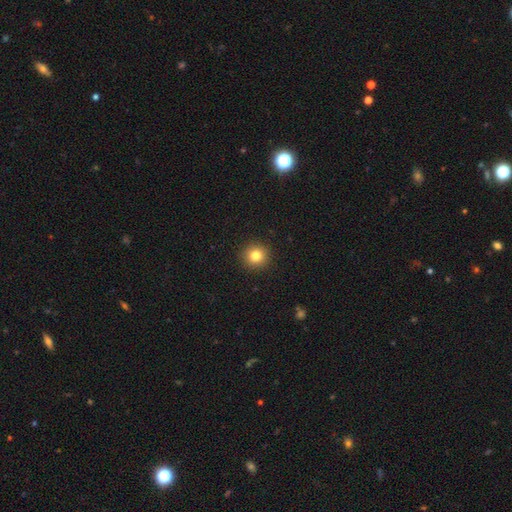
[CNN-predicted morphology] Smooth or featured?
  - smooth: 82% *
  - star or artifact: 11%
  - featured or disk: 7%
How rounded?
  - round: 94% *
  - in between: 5%
  - cigar-shaped: 1%
Merging?
  - none: 93% *
  - minor disturbance: 5%
  - major disturbance: 2%
  - merger: 1%